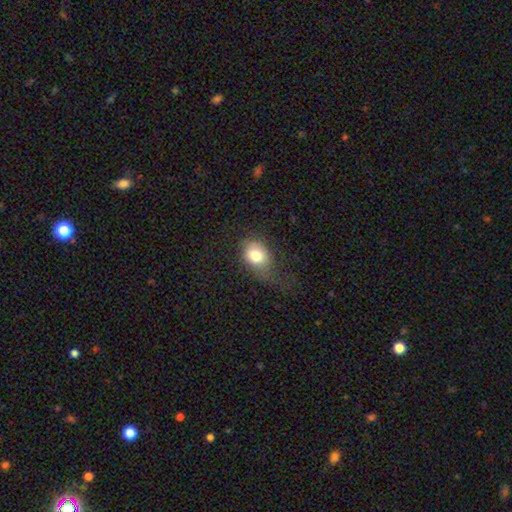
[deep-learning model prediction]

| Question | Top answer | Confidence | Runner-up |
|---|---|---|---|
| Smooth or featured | smooth | 78% | featured or disk (12%) |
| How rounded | in between | 66% | round (32%) |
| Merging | none | 43% | minor disturbance (29%) |